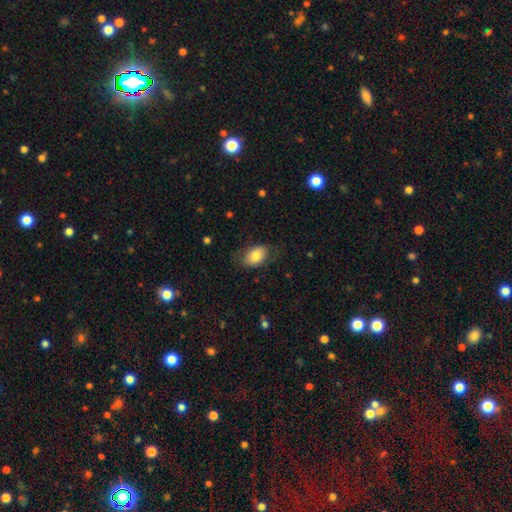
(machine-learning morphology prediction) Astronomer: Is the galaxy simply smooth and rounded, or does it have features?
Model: smooth — 80%.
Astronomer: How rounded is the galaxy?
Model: in between — 86%.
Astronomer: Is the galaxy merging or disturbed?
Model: none — 71%.